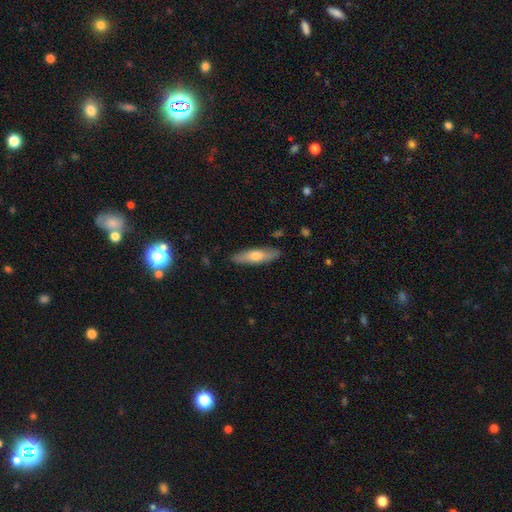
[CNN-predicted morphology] A smooth galaxy with no disk features (56%) that is cigar-shaped (68%). Merging: none (88%).